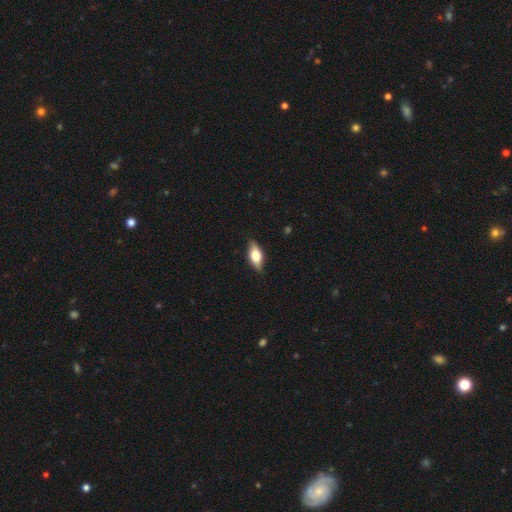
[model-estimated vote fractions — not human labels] A smooth galaxy with no disk features (57%) that is in between round and cigar-shaped (78%).

Vote fractions:
- Smooth or featured? smooth: 57% / featured or disk: 36% / star or artifact: 7%
- How rounded? in between: 78% / cigar-shaped: 17% / round: 5%
- Merging? none: 85% / minor disturbance: 12% / major disturbance: 2% / merger: 1%